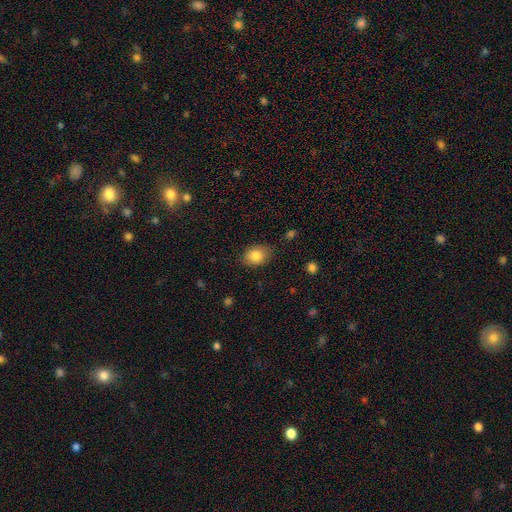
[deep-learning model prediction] The model was most divided on "how rounded": in between: 71%, round: 28%, cigar-shaped: 1%. More confident: smooth or featured — smooth (83%); merging — none (78%).